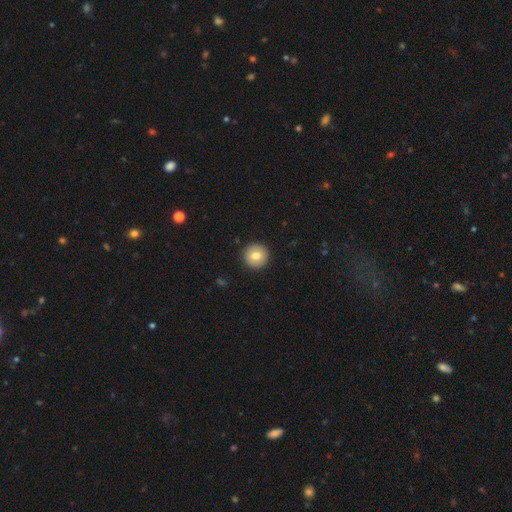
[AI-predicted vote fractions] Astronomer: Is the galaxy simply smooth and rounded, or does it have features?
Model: smooth — 77%.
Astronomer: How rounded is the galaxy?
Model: round — 96%.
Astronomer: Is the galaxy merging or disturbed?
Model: none — 93%.